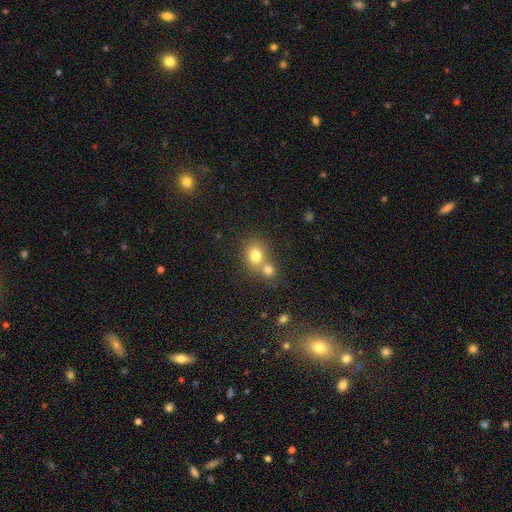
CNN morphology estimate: smooth-or-featured: smooth: 77% | featured or disk: 12% | star or artifact: 12%
  how-rounded: round: 67% | in between: 32% | cigar-shaped: 1%
  merging: merger: 54% | none: 36% | minor disturbance: 7% | major disturbance: 3%